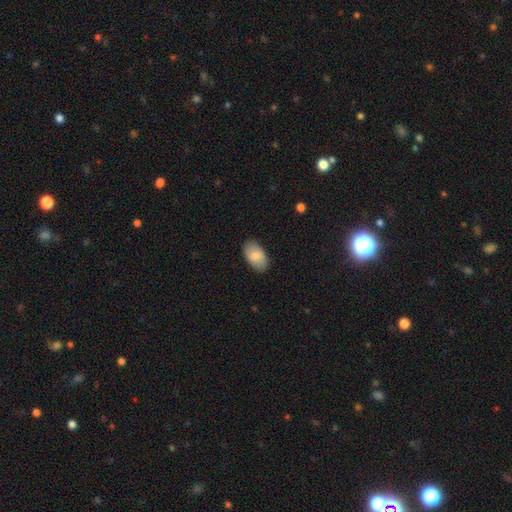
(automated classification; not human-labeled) Smooth or featured? Predicted: smooth (p=0.78). How rounded? Predicted: in between (p=0.93). Merging? Predicted: none (p=0.86).